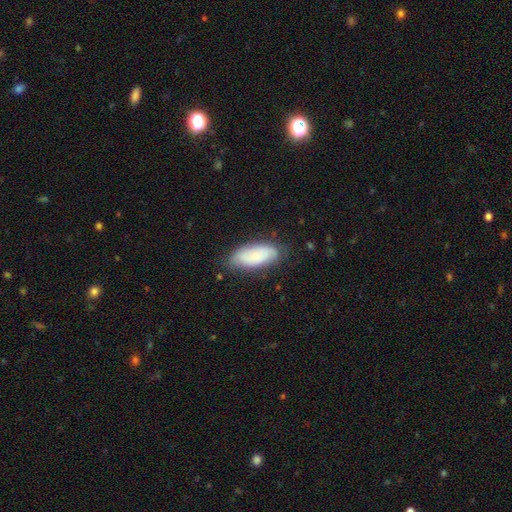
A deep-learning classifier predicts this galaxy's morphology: Q: Smooth or featured?
A: smooth (69%); runner-up: featured or disk (23%)
Q: How rounded?
A: in between (85%); runner-up: cigar-shaped (13%)
Q: Merging?
A: none (72%); runner-up: minor disturbance (22%)